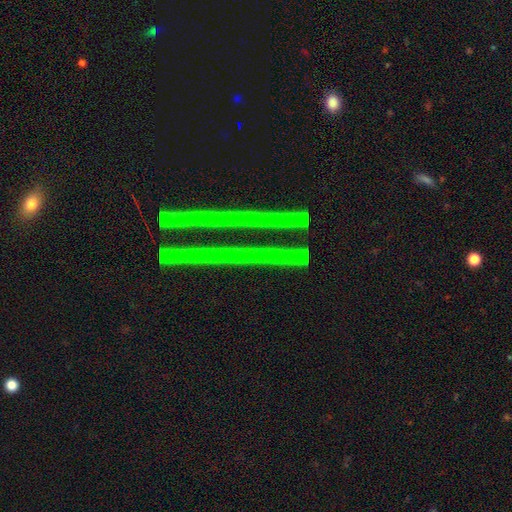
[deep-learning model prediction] Smooth or featured?
  - star or artifact: 81% *
  - featured or disk: 13%
  - smooth: 6%